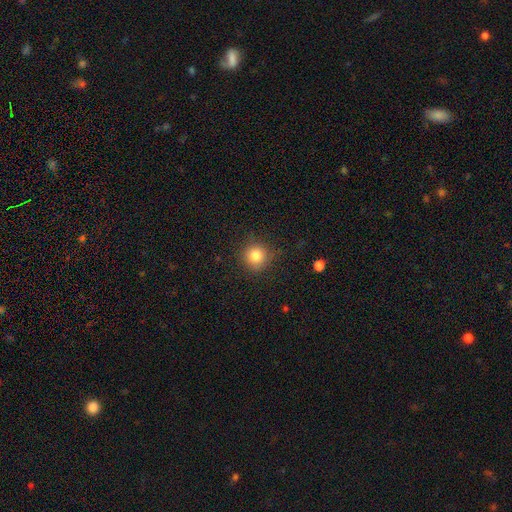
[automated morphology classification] Overall: smooth (82%). How rounded: round (93%). Merging: none (84%).